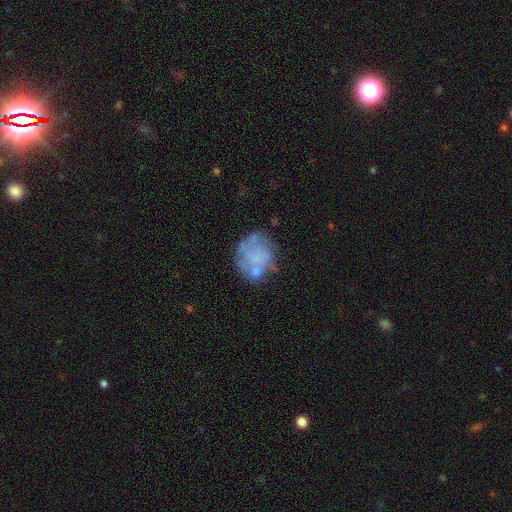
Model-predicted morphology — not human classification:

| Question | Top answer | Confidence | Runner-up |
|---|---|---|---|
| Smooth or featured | featured or disk | 48% | smooth (42%) |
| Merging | none | 48% | minor disturbance (23%) |